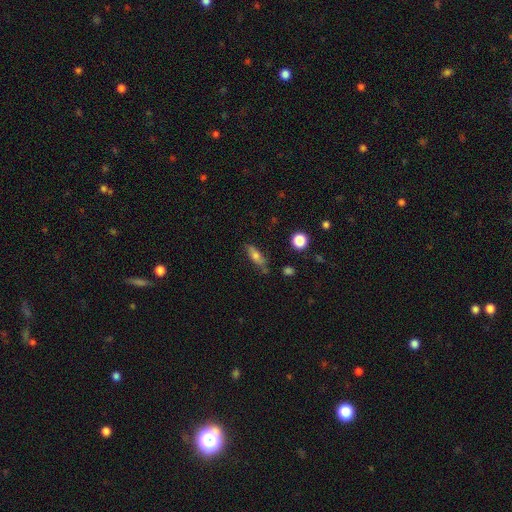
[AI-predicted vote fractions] Q: Smooth or featured?
A: smooth (63%); runner-up: featured or disk (28%)
Q: How rounded?
A: in between (55%); runner-up: cigar-shaped (40%)
Q: Merging?
A: none (70%); runner-up: minor disturbance (21%)